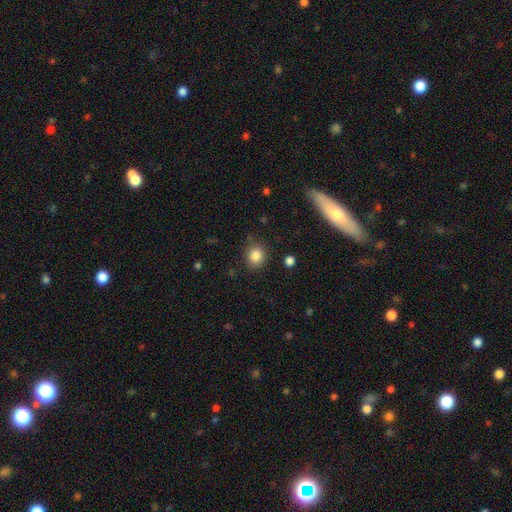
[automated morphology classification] Smooth or featured?
  - smooth: 85% *
  - star or artifact: 10%
  - featured or disk: 4%
How rounded?
  - round: 82% *
  - in between: 17%
  - cigar-shaped: 1%
Merging?
  - none: 84% *
  - minor disturbance: 11%
  - major disturbance: 3%
  - merger: 2%